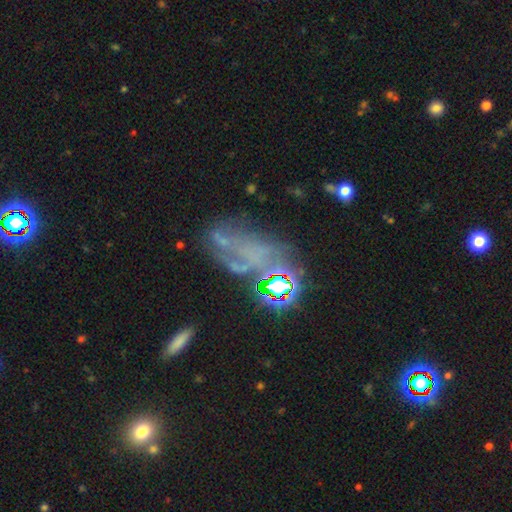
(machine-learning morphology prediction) A featured or disk galaxy (41%). Merging: none (37%).